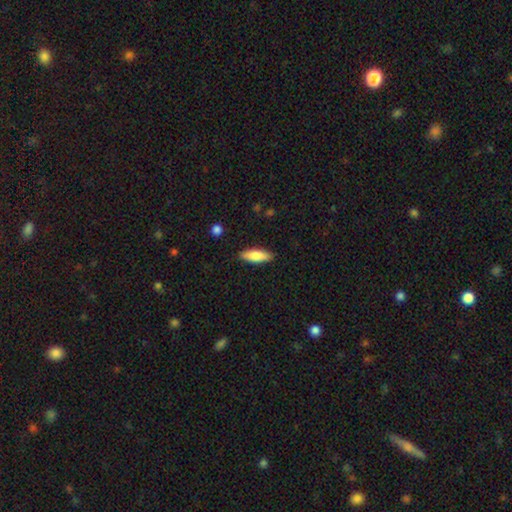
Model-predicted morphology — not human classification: This is likely a smooth galaxy (80%). How rounded: possibly in between (56%). Merging: clearly none (88%).